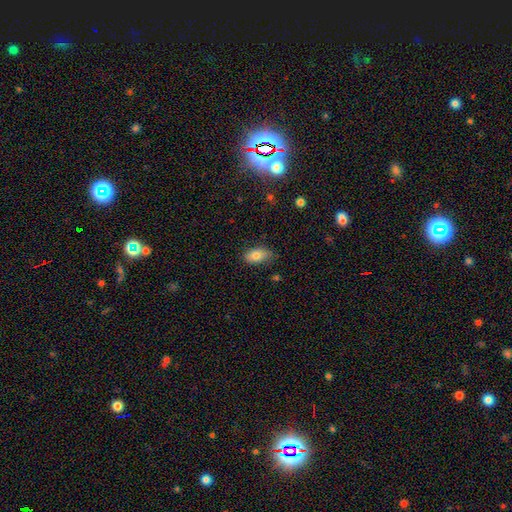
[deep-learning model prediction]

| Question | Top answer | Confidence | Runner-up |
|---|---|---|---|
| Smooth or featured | smooth | 82% | featured or disk (10%) |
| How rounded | in between | 92% | round (4%) |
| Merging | none | 76% | minor disturbance (19%) |